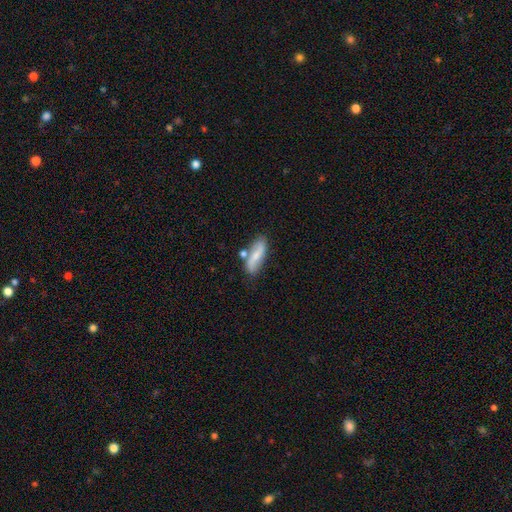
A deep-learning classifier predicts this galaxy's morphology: Smooth or featured? Predicted: smooth (p=0.52). How rounded? Predicted: in between (p=0.60). Merging? Predicted: none (p=0.67).